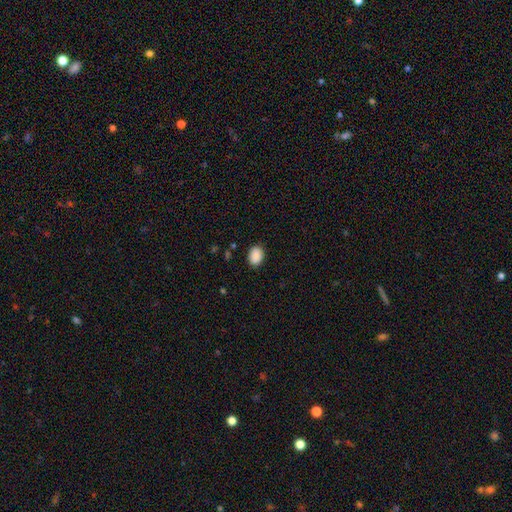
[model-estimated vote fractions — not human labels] A smooth galaxy with no disk features (90%) that is in between round and cigar-shaped (74%).

Vote fractions:
- Smooth or featured? smooth: 90% / star or artifact: 7% / featured or disk: 3%
- How rounded? in between: 74% / round: 25% / cigar-shaped: 1%
- Merging? none: 87% / minor disturbance: 10% / major disturbance: 2% / merger: 1%